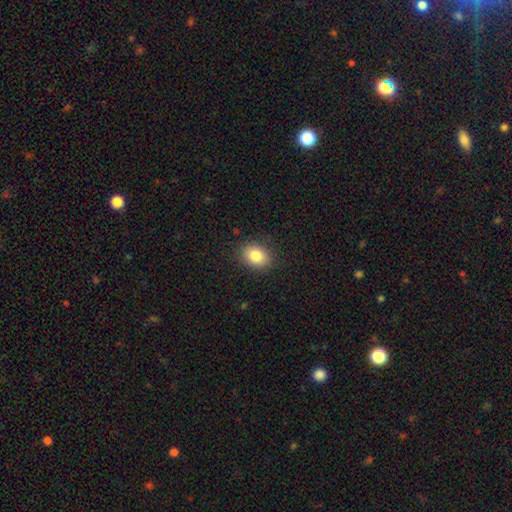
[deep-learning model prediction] The model was most divided on "how rounded": in between: 62%, round: 37%, cigar-shaped: 1%. More confident: merging — none (87%); smooth or featured — smooth (84%).